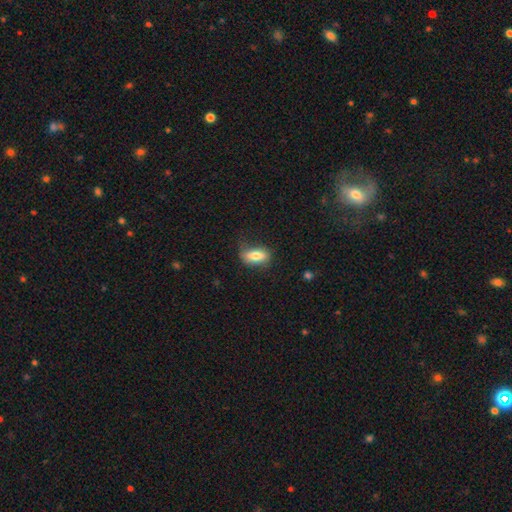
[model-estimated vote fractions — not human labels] smooth_or_featured: smooth (p=0.75) [alt: featured or disk p=0.18]
how_rounded: in between (p=0.82) [alt: cigar-shaped p=0.13]
merging: none (p=0.68) [alt: minor disturbance p=0.23]